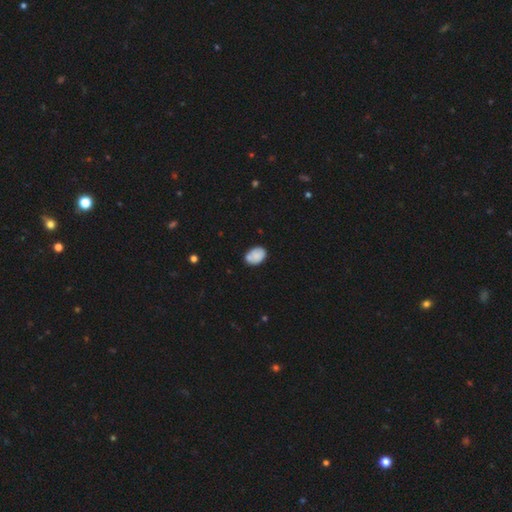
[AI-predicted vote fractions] The model was most divided on "merging": none: 61%, minor disturbance: 24%, merger: 9%, major disturbance: 5%. More confident: how rounded — in between (79%); smooth or featured — smooth (77%).